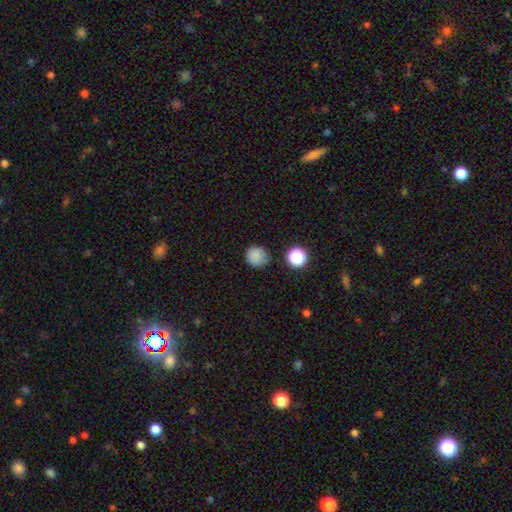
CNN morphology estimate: The model was most divided on "merging": none: 76%, minor disturbance: 17%, major disturbance: 4%, merger: 3%. More confident: how rounded — round (87%); smooth or featured — smooth (82%).